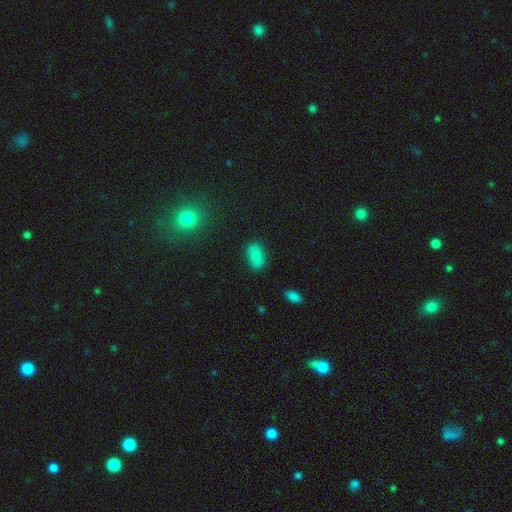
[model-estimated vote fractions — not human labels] Smooth or featured? Predicted: smooth (p=0.82). How rounded? Predicted: in between (p=0.91). Merging? Predicted: none (p=0.81).